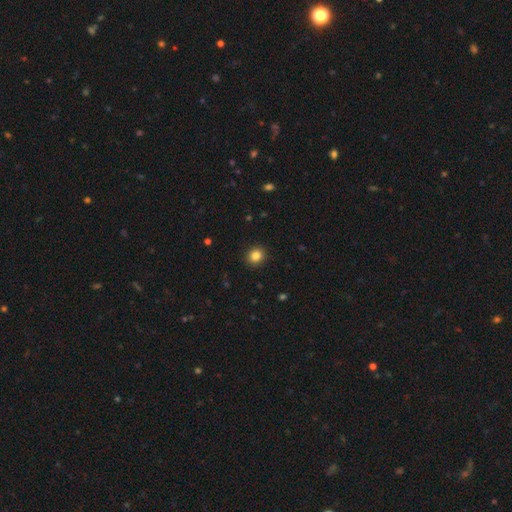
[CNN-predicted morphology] Overall: smooth (85%). How rounded: round (83%). Merging: none (92%).